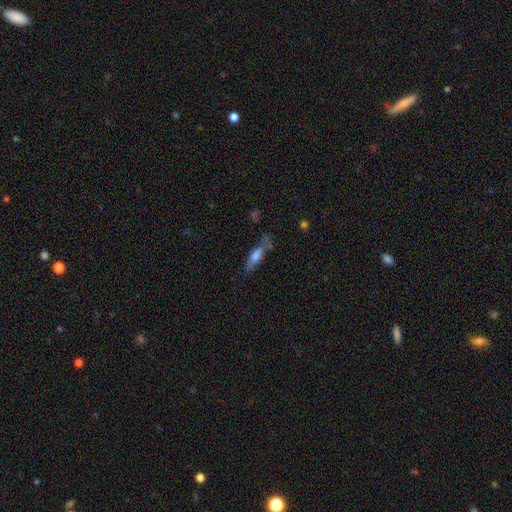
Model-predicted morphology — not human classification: The model was most divided on "smooth or featured": smooth: 58%, featured or disk: 34%, star or artifact: 8%. More confident: how rounded — cigar-shaped (62%); merging — none (58%).